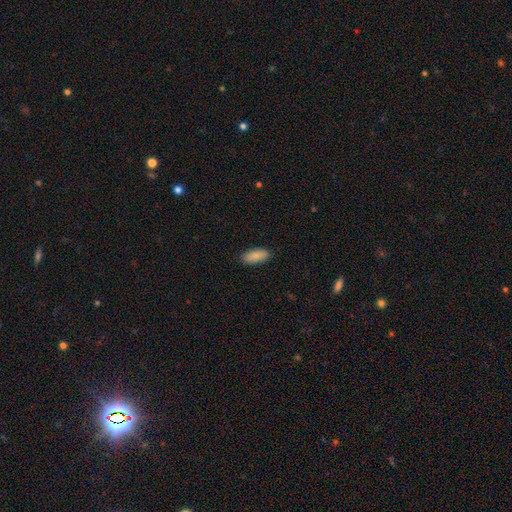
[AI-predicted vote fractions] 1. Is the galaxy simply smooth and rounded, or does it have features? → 87% smooth, 7% featured or disk, 6% star or artifact.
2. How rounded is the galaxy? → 82% in between, 16% cigar-shaped, 2% round.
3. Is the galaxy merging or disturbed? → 88% none, 9% minor disturbance, 2% major disturbance, 1% merger.